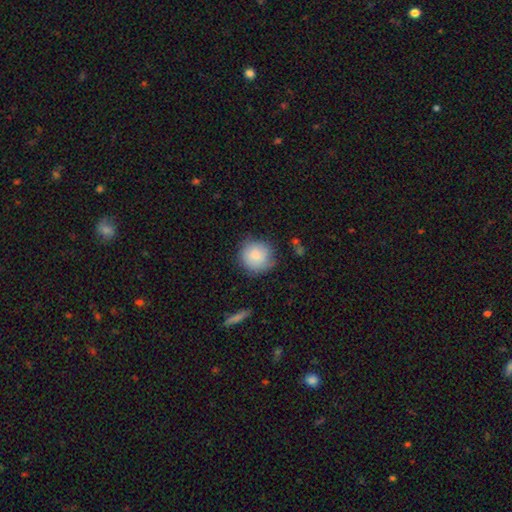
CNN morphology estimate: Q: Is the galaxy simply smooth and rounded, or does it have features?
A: smooth — 84%.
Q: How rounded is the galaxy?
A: round — 92%.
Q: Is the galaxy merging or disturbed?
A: none — 76%.